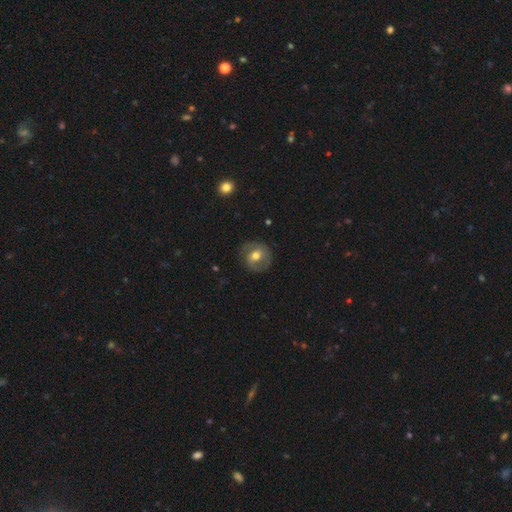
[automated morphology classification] A featured or disk galaxy (50%). Merging: none (77%).